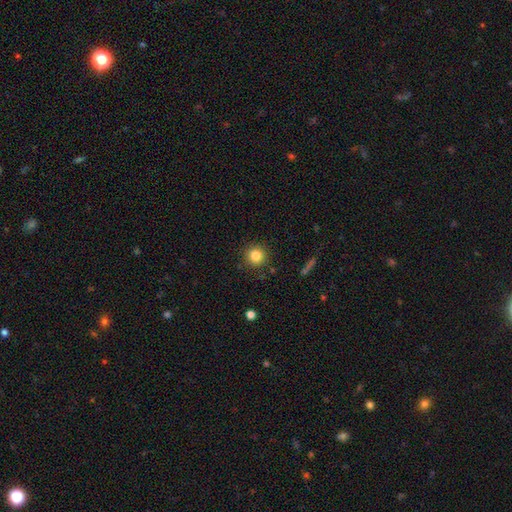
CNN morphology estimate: The model was most divided on "smooth or featured": smooth: 83%, star or artifact: 11%, featured or disk: 6%. More confident: how rounded — round (94%); merging — none (89%).